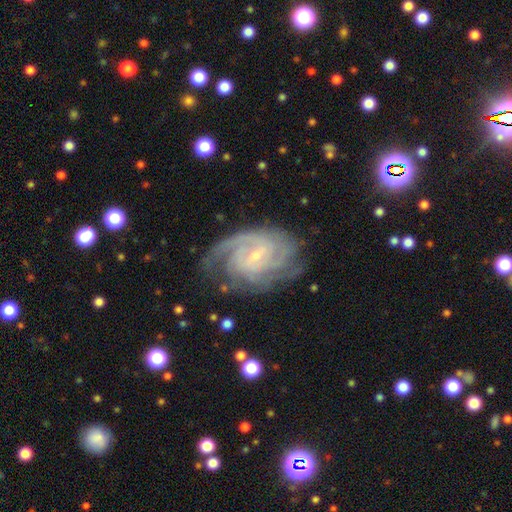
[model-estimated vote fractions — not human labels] Smooth or featured? Predicted: featured or disk (p=0.88). Edge-on disk? Predicted: no (p=0.97). Bar? Predicted: weak (p=0.49). Spiral arms? Predicted: yes (p=0.97). Spiral winding? Predicted: tight (p=0.61). Spiral arm count? Predicted: can't tell (p=0.29). Bulge size? Predicted: small (p=0.81). Merging? Predicted: none (p=0.69).